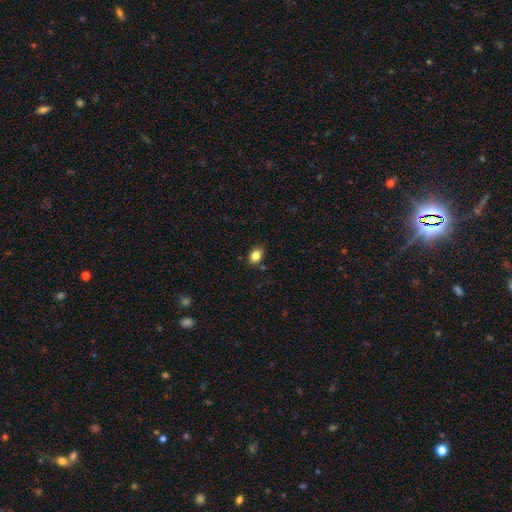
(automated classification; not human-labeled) This appears to be a smooth galaxy with no disk features (84%) that is in between round and cigar-shaped (67%). Merging: none (83%).